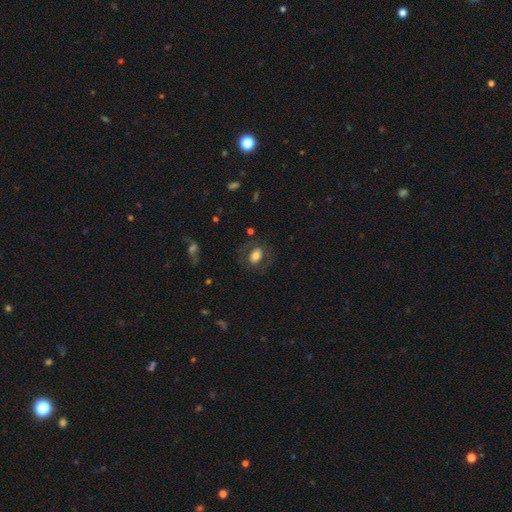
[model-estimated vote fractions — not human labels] smooth-or-featured: smooth: 62% | featured or disk: 30% | star or artifact: 8%
  how-rounded: in between: 73% | round: 25% | cigar-shaped: 2%
  merging: none: 72% | minor disturbance: 14% | major disturbance: 13% | merger: 2%